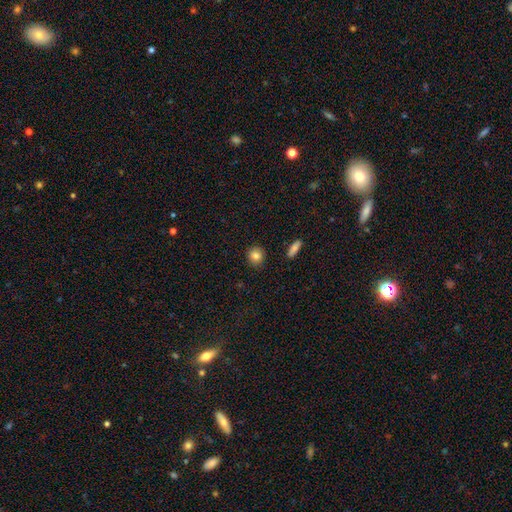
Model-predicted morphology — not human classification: Smooth or featured? smooth (83%)
How rounded? round (85%)
Merging? none (90%)